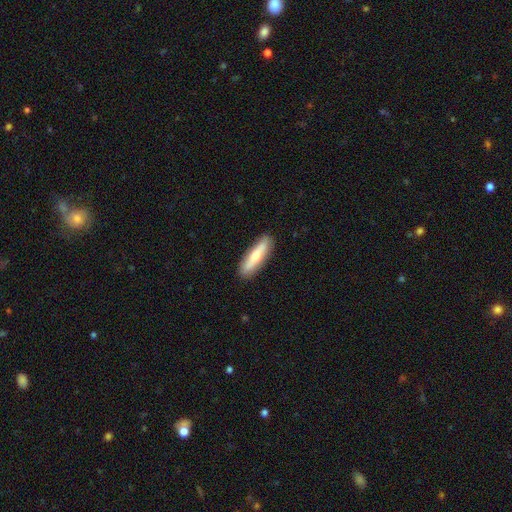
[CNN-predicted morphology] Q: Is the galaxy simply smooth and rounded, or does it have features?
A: smooth — 63%.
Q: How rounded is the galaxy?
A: cigar-shaped — 73%.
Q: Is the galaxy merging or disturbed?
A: none — 88%.